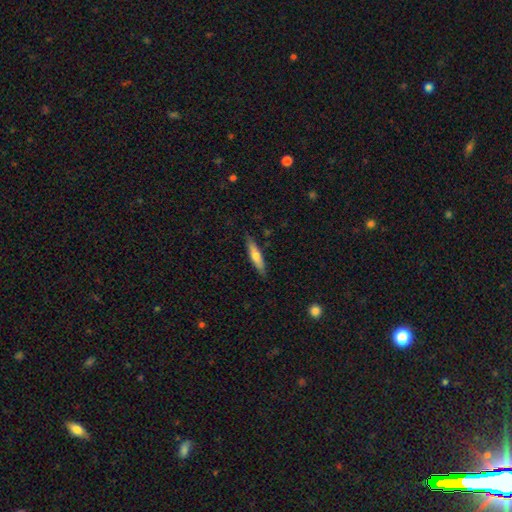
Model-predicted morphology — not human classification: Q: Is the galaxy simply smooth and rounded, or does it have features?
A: smooth — 65%.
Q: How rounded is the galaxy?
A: cigar-shaped — 82%.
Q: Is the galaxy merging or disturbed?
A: none — 86%.